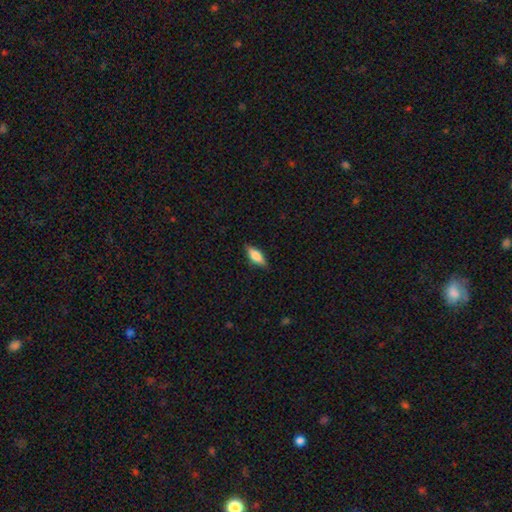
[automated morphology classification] Smooth or featured? Predicted: smooth (p=0.73). How rounded? Predicted: in between (p=0.70). Merging? Predicted: none (p=0.83).